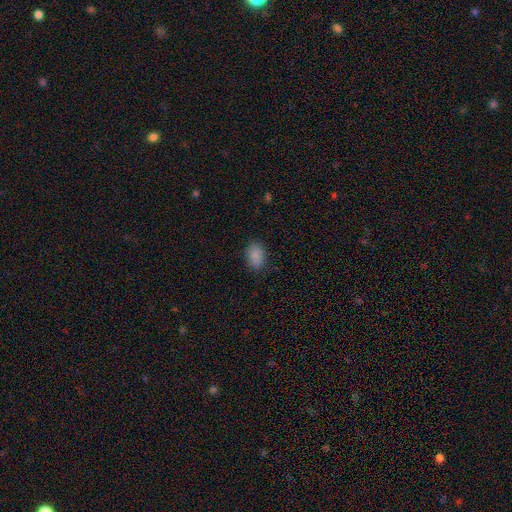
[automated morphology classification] This is clearly a smooth galaxy (88%). How rounded: clearly in between (84%). Merging: clearly none (85%).